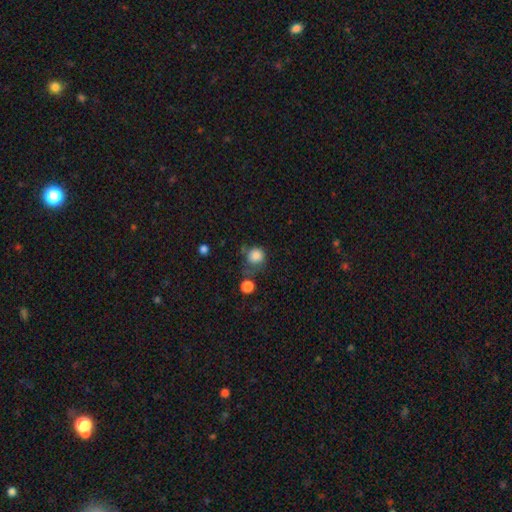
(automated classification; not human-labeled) A smooth galaxy with no disk features (84%) that is round (88%).

Vote fractions:
- Smooth or featured? smooth: 84% / star or artifact: 10% / featured or disk: 6%
- How rounded? round: 88% / in between: 11% / cigar-shaped: 1%
- Merging? none: 57% / minor disturbance: 23% / merger: 11% / major disturbance: 10%